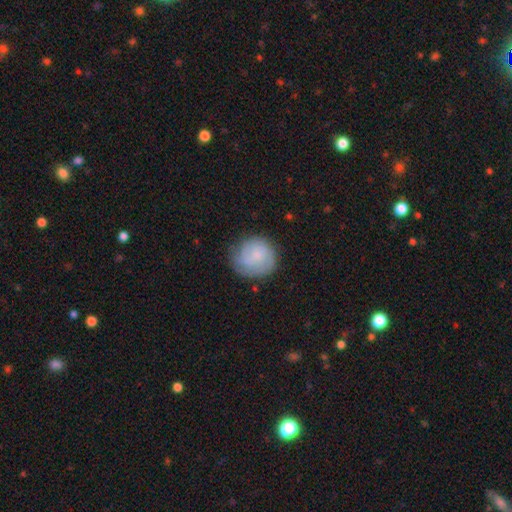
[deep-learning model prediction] Smooth or featured? smooth (62%)
How rounded? round (90%)
Merging? none (67%)